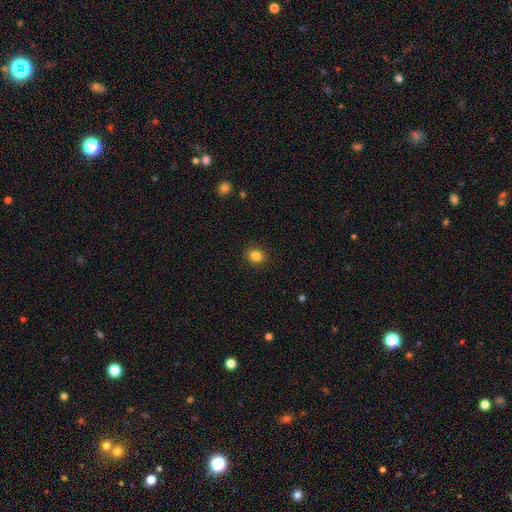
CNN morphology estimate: Smooth or featured: smooth — 84% (star or artifact — 11%)
How rounded: round — 75% (in between — 24%)
Merging: none — 91% (minor disturbance — 7%)